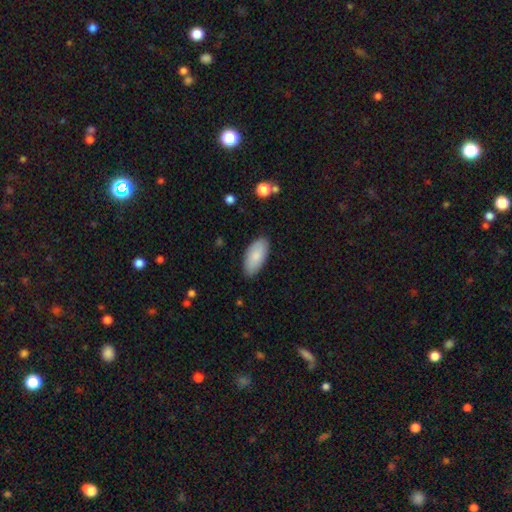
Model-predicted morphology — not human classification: This appears to be a smooth galaxy with no disk features (85%) that is in between round and cigar-shaped (93%). Merging: none (85%).